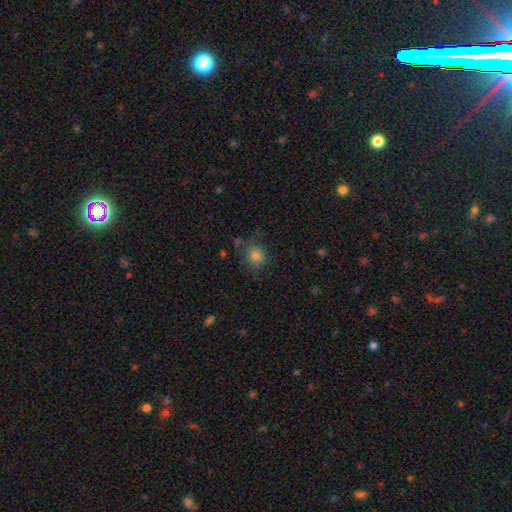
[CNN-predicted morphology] type=smooth (80%); roundness=round (82%); merging=none (74%).